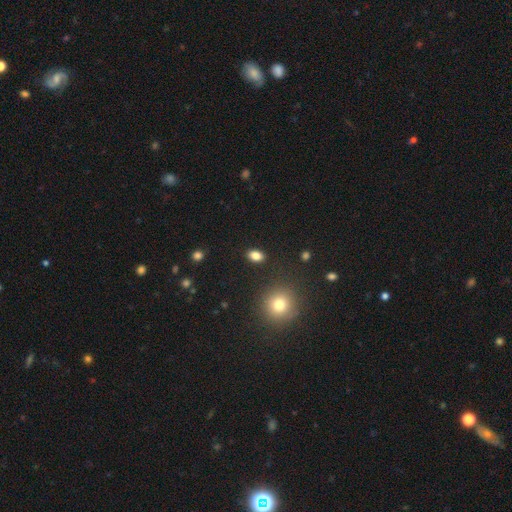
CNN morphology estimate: This appears to be a smooth galaxy with no disk features (84%) that is in between round and cigar-shaped (81%). Merging: none (88%).